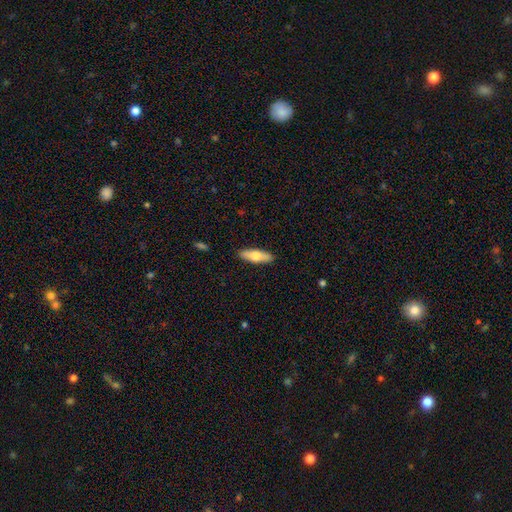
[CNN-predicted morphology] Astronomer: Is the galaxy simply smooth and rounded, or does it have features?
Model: smooth — 63%.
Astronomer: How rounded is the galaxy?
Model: in between — 52% (runner-up: cigar-shaped, 45%).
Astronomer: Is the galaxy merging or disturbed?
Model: none — 90%.